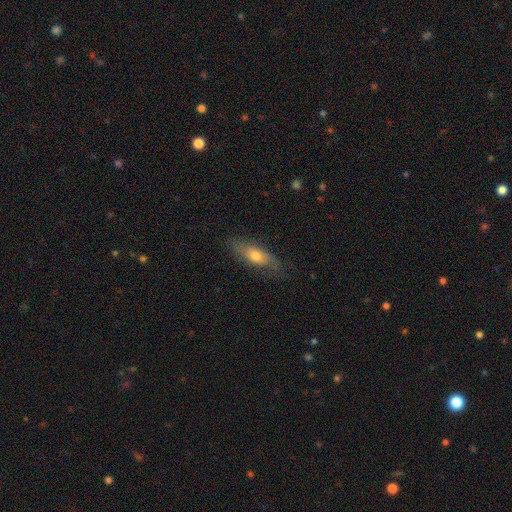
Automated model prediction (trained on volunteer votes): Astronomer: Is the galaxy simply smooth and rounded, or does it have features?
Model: smooth — 59%.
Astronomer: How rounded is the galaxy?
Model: in between — 62%.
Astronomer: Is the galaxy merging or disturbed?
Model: none — 70%.